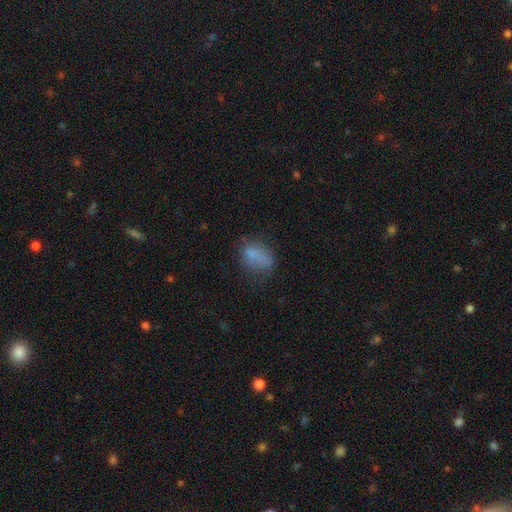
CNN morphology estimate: A smooth galaxy with no disk features (69%) that is in between round and cigar-shaped (73%).

Vote fractions:
- Smooth or featured? smooth: 69% / featured or disk: 17% / star or artifact: 14%
- How rounded? in between: 73% / round: 25% / cigar-shaped: 2%
- Merging? none: 41% / minor disturbance: 30% / major disturbance: 23% / merger: 6%